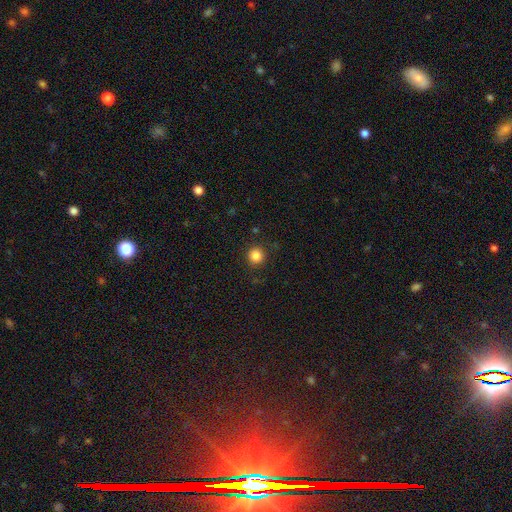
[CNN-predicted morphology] Q: Smooth or featured?
A: smooth (85%); runner-up: star or artifact (11%)
Q: How rounded?
A: round (93%); runner-up: in between (6%)
Q: Merging?
A: none (89%); runner-up: minor disturbance (7%)